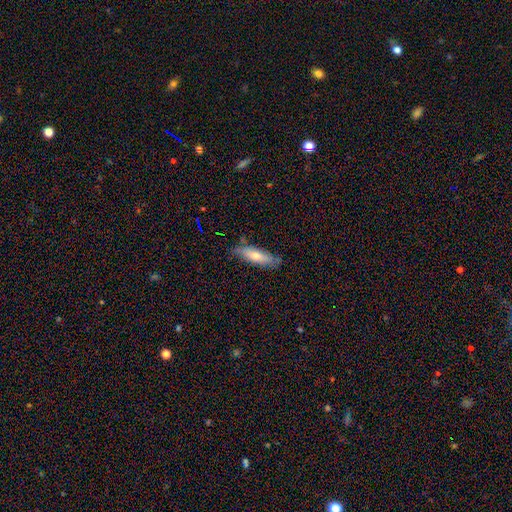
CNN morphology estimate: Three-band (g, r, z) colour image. It shows a smooth galaxy with no disk features (64%) that is cigar-shaped (53%). Merging: none (74%).